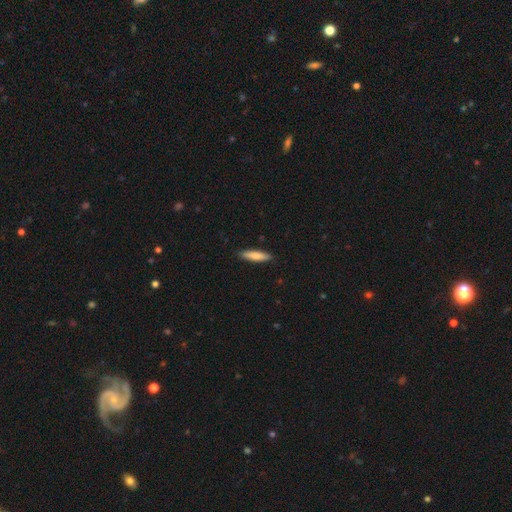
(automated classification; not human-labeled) Morphology: type=smooth (81%); roundness=cigar-shaped (75%); merging=none (90%).